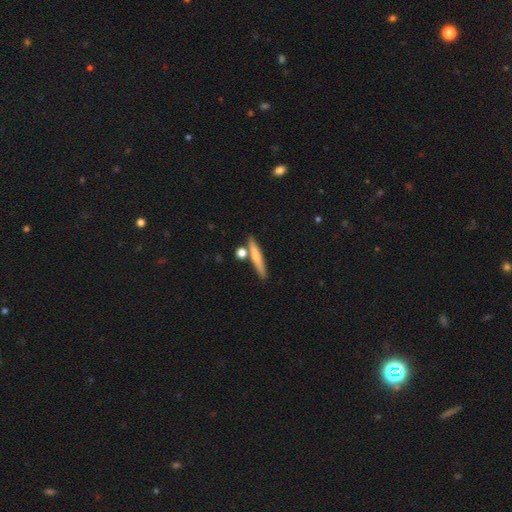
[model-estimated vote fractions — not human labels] This is likely a smooth galaxy (64%). How rounded: clearly cigar-shaped (87%). Merging: likely none (75%).